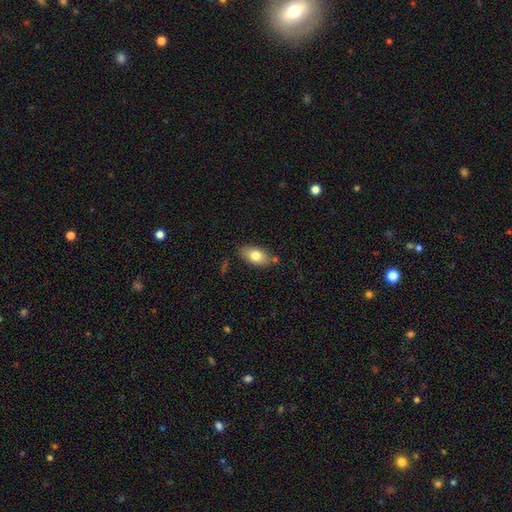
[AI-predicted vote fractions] This appears to be a smooth galaxy with no disk features (77%) that is in between round and cigar-shaped (90%). Merging: none (78%).